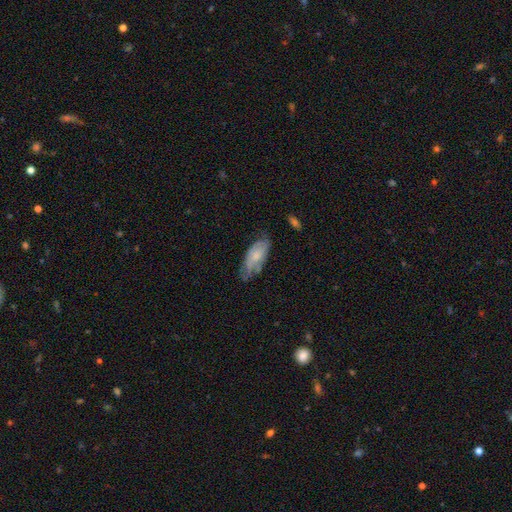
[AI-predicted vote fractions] smooth-or-featured: smooth: 55% | featured or disk: 39% | star or artifact: 7%
  how-rounded: in between: 87% | cigar-shaped: 10% | round: 2%
  merging: none: 49% | minor disturbance: 35% | major disturbance: 13% | merger: 3%